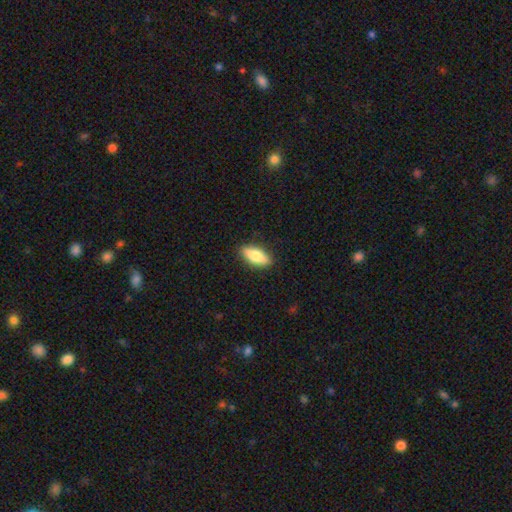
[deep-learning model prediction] Smooth or featured?
  - smooth: 76% *
  - featured or disk: 18%
  - star or artifact: 6%
How rounded?
  - in between: 73% *
  - cigar-shaped: 24%
  - round: 3%
Merging?
  - none: 88% *
  - minor disturbance: 9%
  - major disturbance: 2%
  - merger: 1%